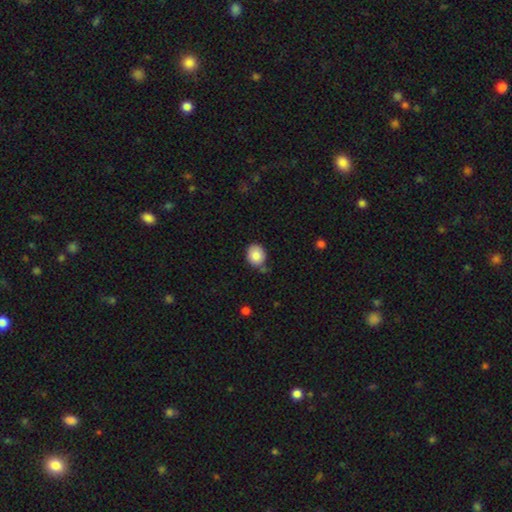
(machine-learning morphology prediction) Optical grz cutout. It shows a smooth galaxy with no disk features (84%) that is round (62%). Merging: none (73%).